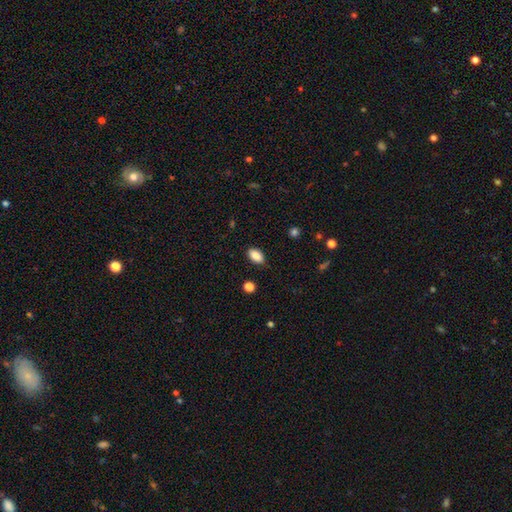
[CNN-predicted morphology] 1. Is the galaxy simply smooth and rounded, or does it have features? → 88% smooth, 8% star or artifact, 4% featured or disk.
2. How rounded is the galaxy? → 91% in between, 6% round, 2% cigar-shaped.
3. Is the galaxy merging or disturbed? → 86% none, 10% minor disturbance, 2% major disturbance, 1% merger.